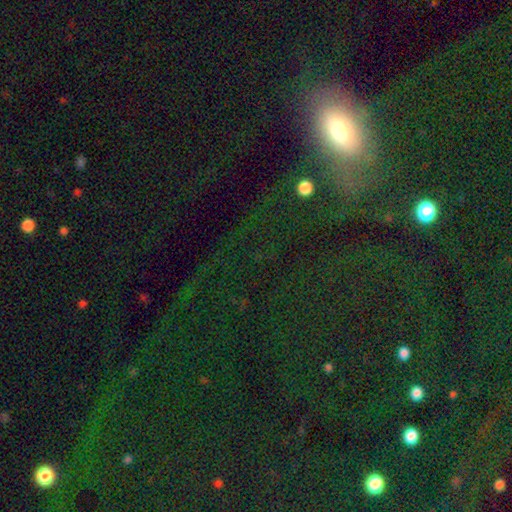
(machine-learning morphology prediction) star or artifact 43%, smooth 39%, featured or disk 18%.